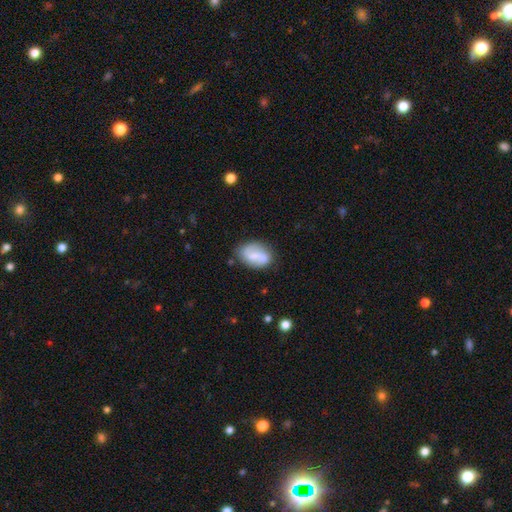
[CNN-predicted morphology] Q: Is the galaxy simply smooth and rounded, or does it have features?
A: featured or disk — 54%.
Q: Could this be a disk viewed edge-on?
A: no — 97%.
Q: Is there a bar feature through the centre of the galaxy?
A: weak — 46%.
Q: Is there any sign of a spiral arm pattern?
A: yes — 86%.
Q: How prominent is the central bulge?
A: small — 42%.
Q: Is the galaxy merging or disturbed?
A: none — 71%.